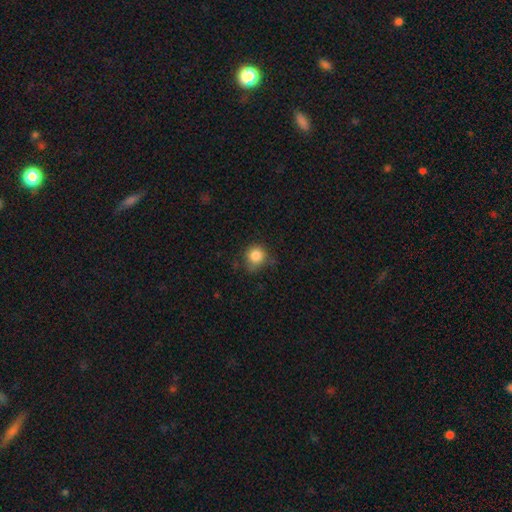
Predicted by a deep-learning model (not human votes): Smooth or featured? Predicted: smooth (p=0.85). How rounded? Predicted: round (p=0.89). Merging? Predicted: none (p=0.70).